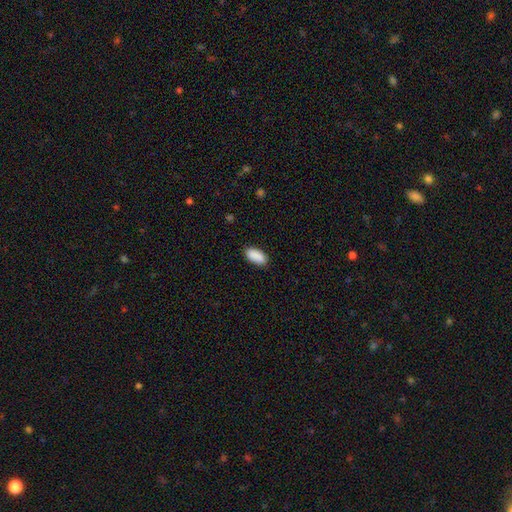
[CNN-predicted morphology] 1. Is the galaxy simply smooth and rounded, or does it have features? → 90% smooth, 7% star or artifact, 3% featured or disk.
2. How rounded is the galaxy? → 92% in between, 5% cigar-shaped, 2% round.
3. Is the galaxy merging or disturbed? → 86% none, 11% minor disturbance, 2% major disturbance, 1% merger.